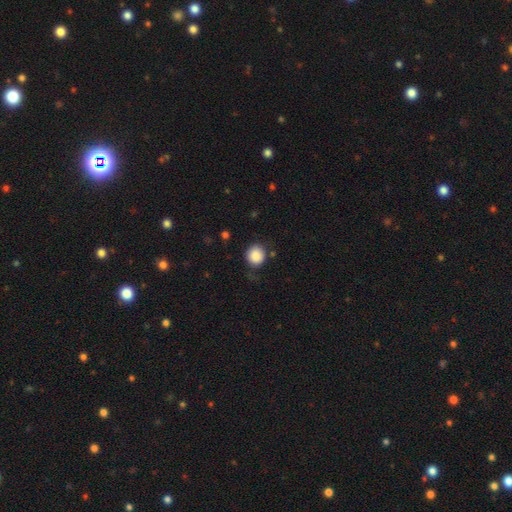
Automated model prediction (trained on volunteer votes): smooth_or_featured: smooth (p=0.88) [alt: star or artifact p=0.08]
how_rounded: round (p=0.85) [alt: in between p=0.15]
merging: none (p=0.78) [alt: minor disturbance p=0.15]